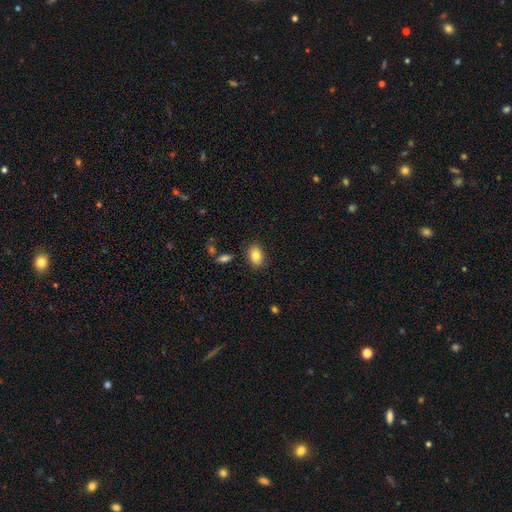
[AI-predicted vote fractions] smooth_or_featured: smooth (p=0.83) [alt: featured or disk p=0.09]
how_rounded: in between (p=0.81) [alt: round p=0.18]
merging: none (p=0.86) [alt: minor disturbance p=0.09]